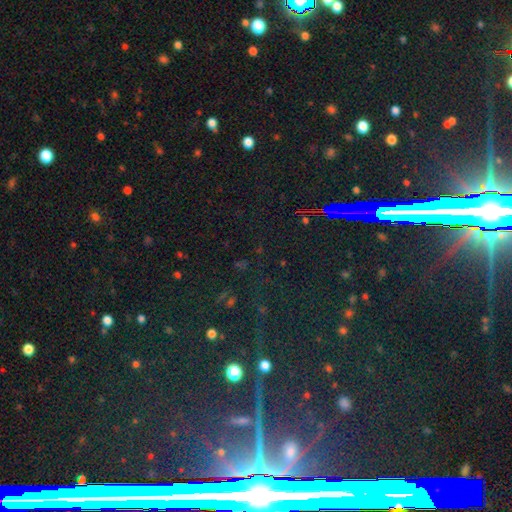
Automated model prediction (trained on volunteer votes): Smooth or featured?
  - star or artifact: 79% *
  - smooth: 11%
  - featured or disk: 10%